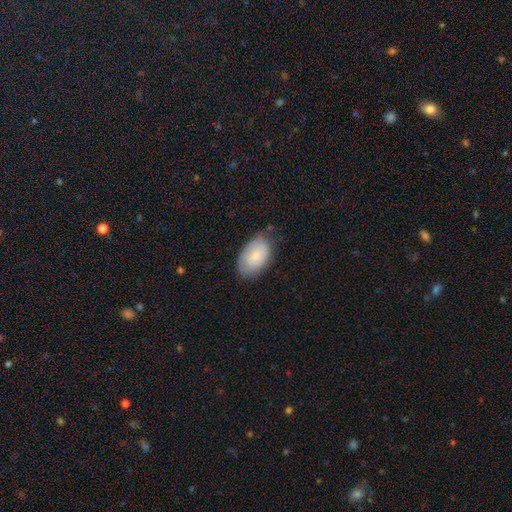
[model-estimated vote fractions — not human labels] Smooth or featured? smooth (70%)
How rounded? in between (93%)
Merging? none (65%)